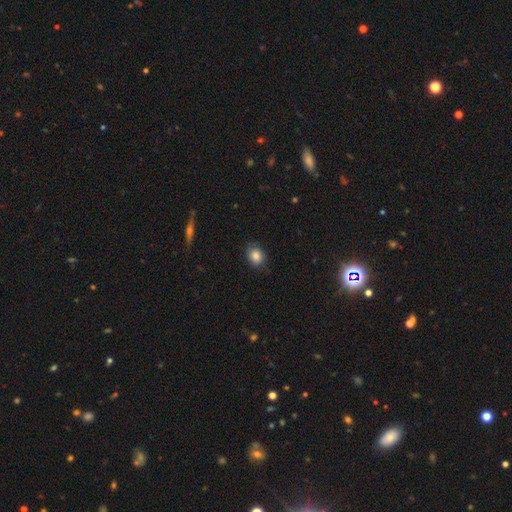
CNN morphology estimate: smooth-or-featured: smooth: 82% | featured or disk: 9% | star or artifact: 8%
  how-rounded: round: 52% | in between: 47% | cigar-shaped: 1%
  merging: none: 75% | minor disturbance: 20% | major disturbance: 4% | merger: 1%